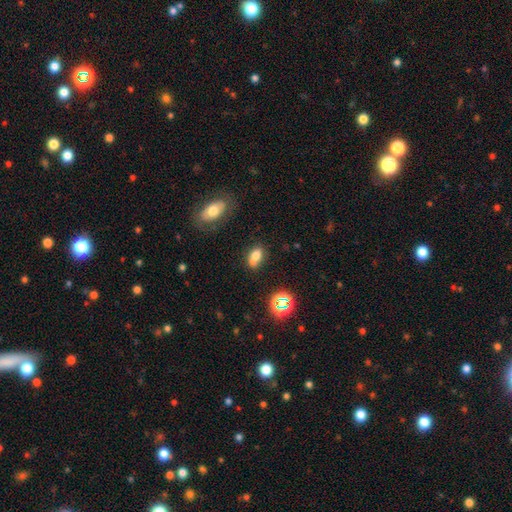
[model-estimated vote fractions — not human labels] Morphology: type=smooth (71%); roundness=in between (75%); merging=none (43%).